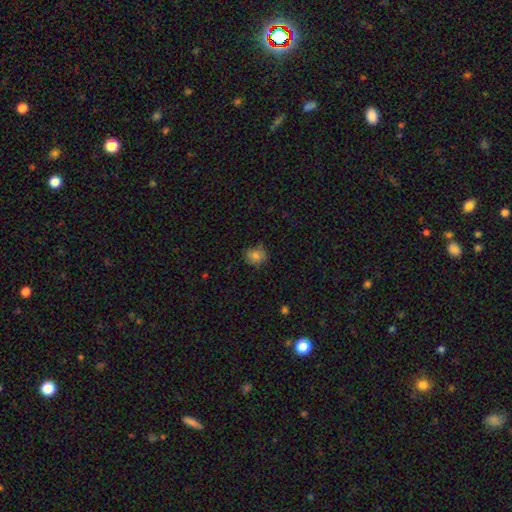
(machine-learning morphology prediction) Smooth or featured? Predicted: smooth (p=0.81). How rounded? Predicted: round (p=0.72). Merging? Predicted: none (p=0.76).